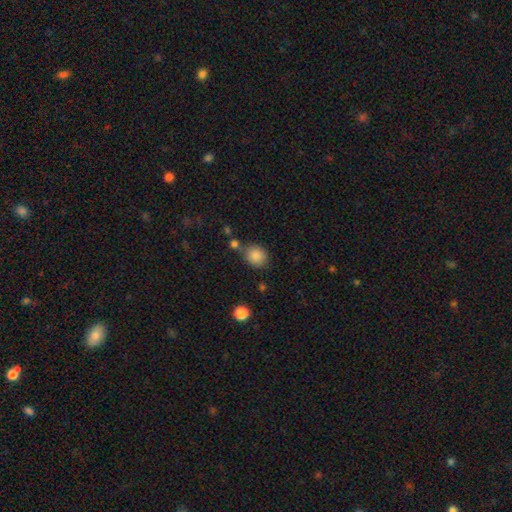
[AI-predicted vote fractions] Smooth or featured? Predicted: smooth (p=0.86). How rounded? Predicted: round (p=0.77). Merging? Predicted: none (p=0.69).